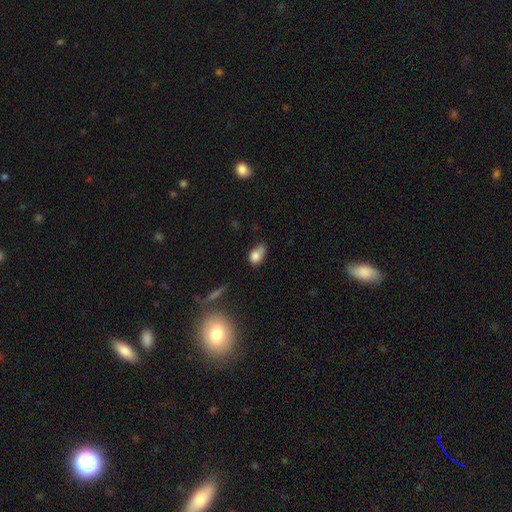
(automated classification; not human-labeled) smooth 77%, featured or disk 13%, star or artifact 10%. Down the decision tree: how rounded — in between (79%); merging — minor disturbance (38%).